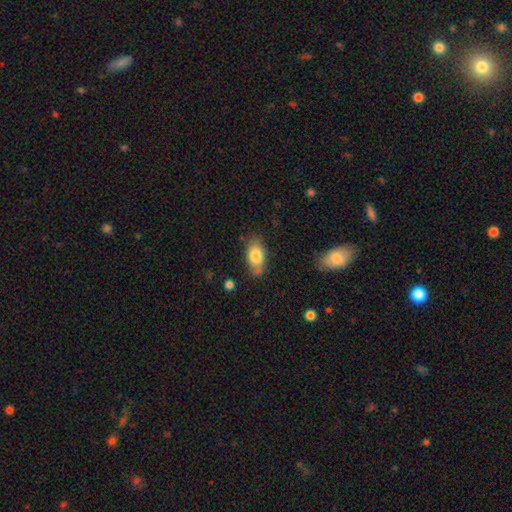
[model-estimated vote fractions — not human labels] Smooth or featured: smooth — 79% (featured or disk — 14%)
How rounded: in between — 90% (round — 6%)
Merging: none — 72% (minor disturbance — 20%)